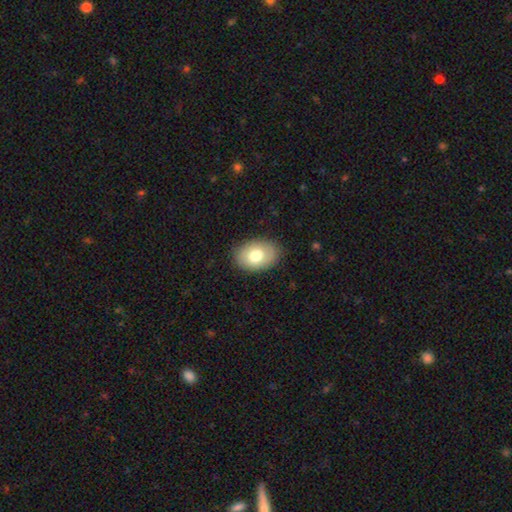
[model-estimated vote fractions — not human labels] Smooth or featured: smooth — 77% (featured or disk — 16%)
How rounded: in between — 85% (round — 14%)
Merging: none — 86% (minor disturbance — 11%)